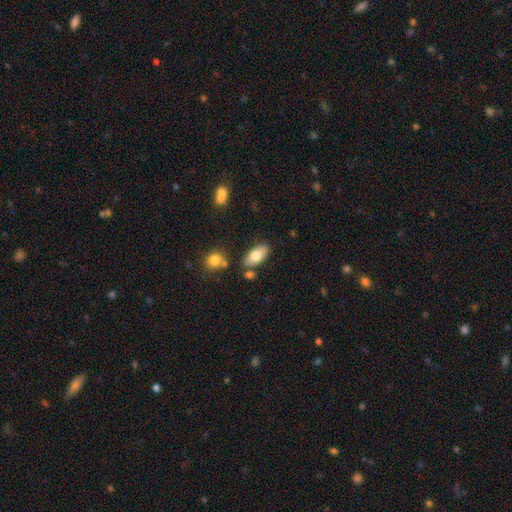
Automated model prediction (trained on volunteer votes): Q: Smooth or featured?
A: smooth (75%); runner-up: featured or disk (18%)
Q: How rounded?
A: in between (90%); runner-up: cigar-shaped (8%)
Q: Merging?
A: none (78%); runner-up: minor disturbance (13%)